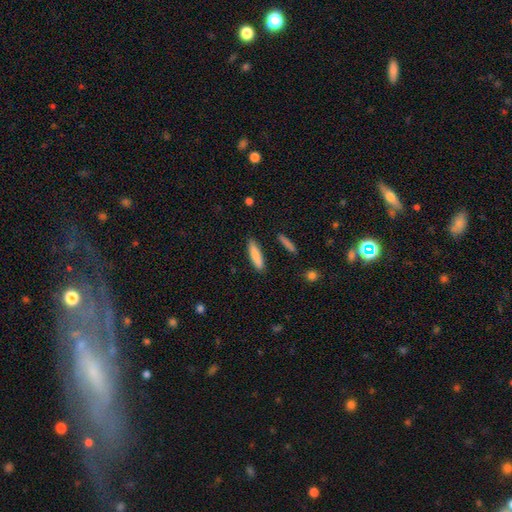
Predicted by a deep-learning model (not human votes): A smooth galaxy with no disk features (83%) that is cigar-shaped (76%).

Vote fractions:
- Smooth or featured? smooth: 83% / featured or disk: 11% / star or artifact: 6%
- How rounded? cigar-shaped: 76% / in between: 23% / round: 2%
- Merging? none: 88% / minor disturbance: 8% / merger: 2% / major disturbance: 2%